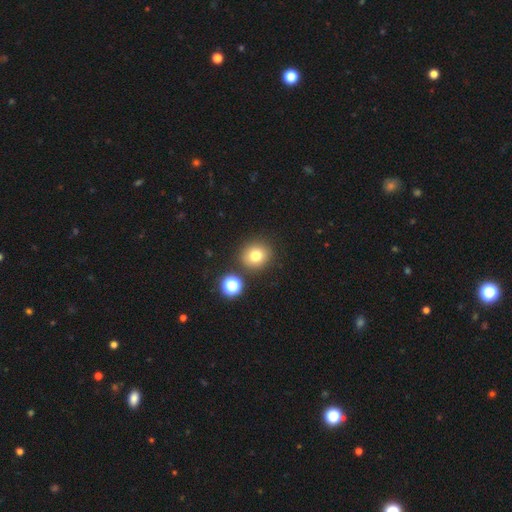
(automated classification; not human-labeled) Smooth or featured?
  - smooth: 77% *
  - star or artifact: 14%
  - featured or disk: 9%
How rounded?
  - round: 84% *
  - in between: 15%
  - cigar-shaped: 1%
Merging?
  - none: 82% *
  - minor disturbance: 8%
  - merger: 7%
  - major disturbance: 3%